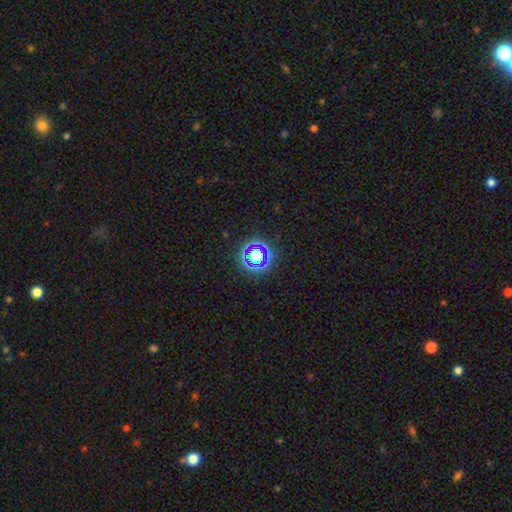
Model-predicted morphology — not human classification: Smooth or featured? star or artifact (57%)